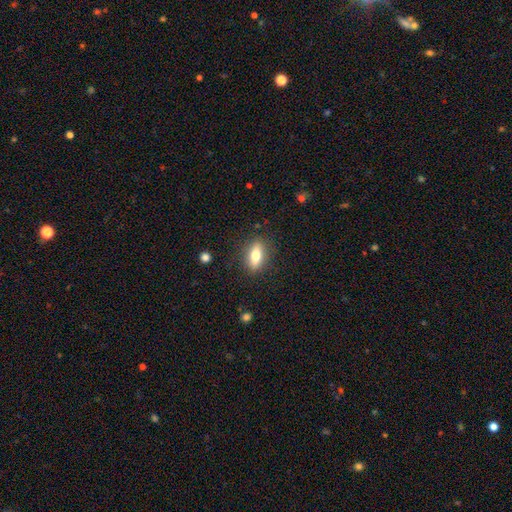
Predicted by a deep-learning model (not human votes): Morphology: type=smooth (69%); roundness=in between (72%); merging=none (85%).